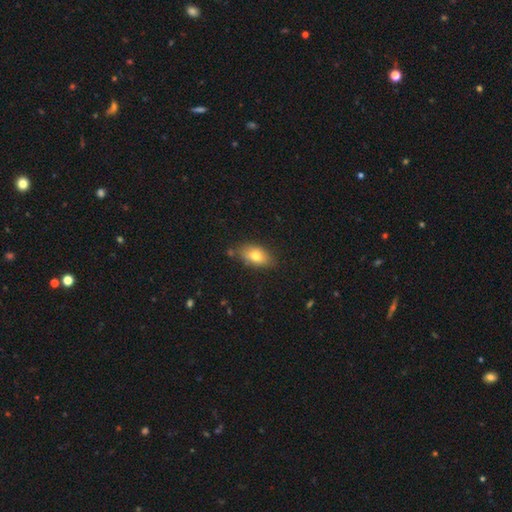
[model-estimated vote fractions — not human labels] Q: Smooth or featured?
A: smooth (75%); runner-up: featured or disk (17%)
Q: How rounded?
A: in between (88%); runner-up: round (8%)
Q: Merging?
A: none (77%); runner-up: minor disturbance (16%)